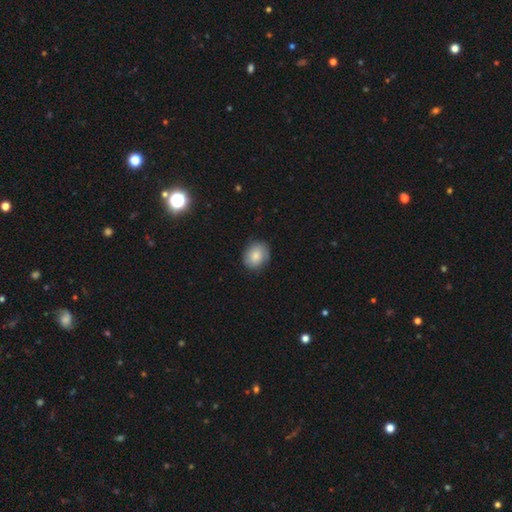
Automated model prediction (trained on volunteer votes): Smooth or featured? smooth (75%)
How rounded? round (63%)
Merging? none (79%)